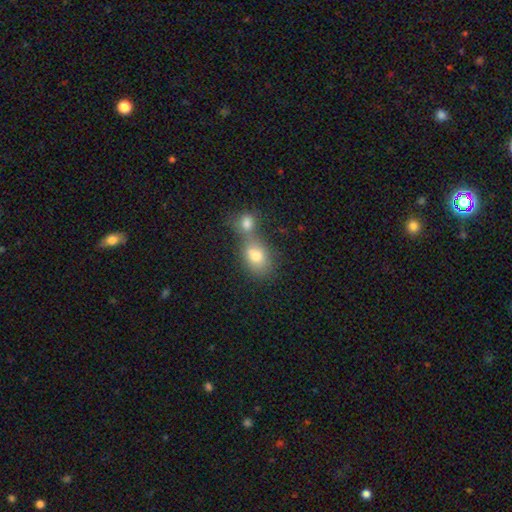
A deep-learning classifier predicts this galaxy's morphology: A smooth galaxy with no disk features (75%) that is in between round and cigar-shaped (60%). Merging: merger (61%).